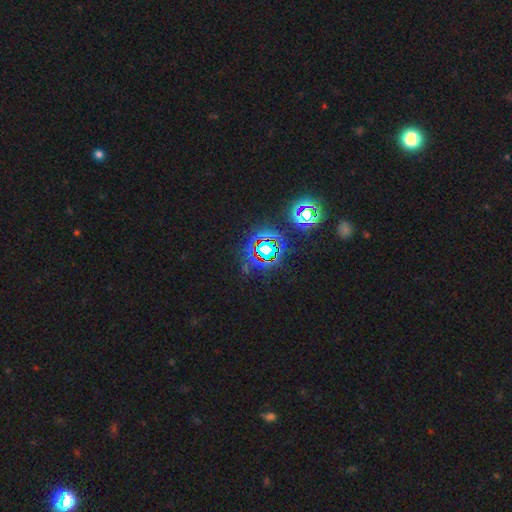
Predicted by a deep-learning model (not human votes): Smooth or featured?
  - star or artifact: 68% *
  - smooth: 23%
  - featured or disk: 9%